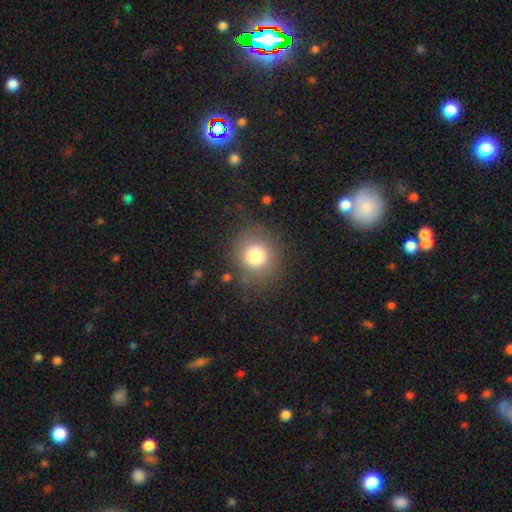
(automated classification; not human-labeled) Smooth or featured?
  - smooth: 78% *
  - star or artifact: 12%
  - featured or disk: 10%
How rounded?
  - round: 82% *
  - in between: 17%
  - cigar-shaped: 1%
Merging?
  - none: 79% *
  - minor disturbance: 12%
  - major disturbance: 7%
  - merger: 2%